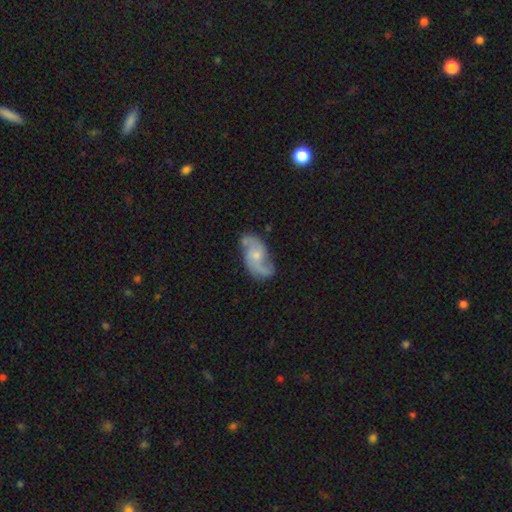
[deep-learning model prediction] The model was most divided on "spiral winding": loose: 47%, medium: 40%, tight: 12%. More confident: edge-on disk — no (96%); spiral arms — yes (95%); spiral arm count — 2 (90%); smooth or featured — featured or disk (82%); merging — none (71%); bar — no (62%); bulge size — small (56%).